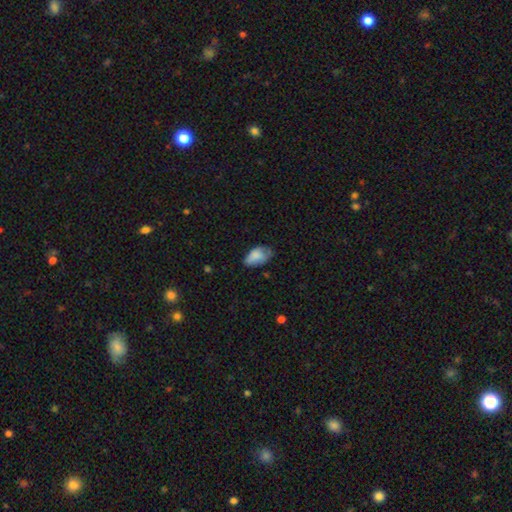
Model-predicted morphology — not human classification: smooth_or_featured: smooth (p=0.80) [alt: featured or disk p=0.12]
how_rounded: in between (p=0.93) [alt: round p=0.05]
merging: none (p=0.46) [alt: minor disturbance p=0.40]